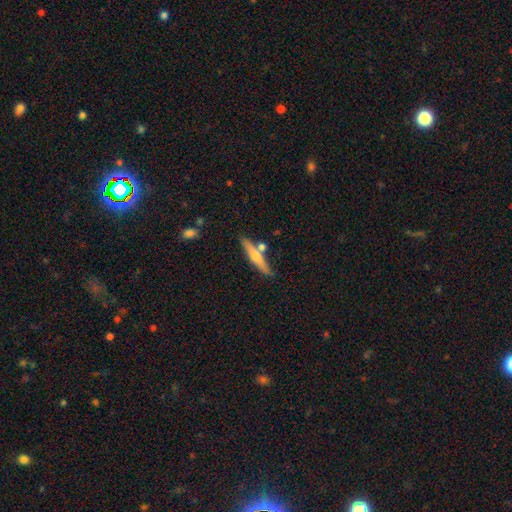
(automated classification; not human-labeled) A featured or disk galaxy (51%) viewed edge-on (95%). Merging: none (74%).